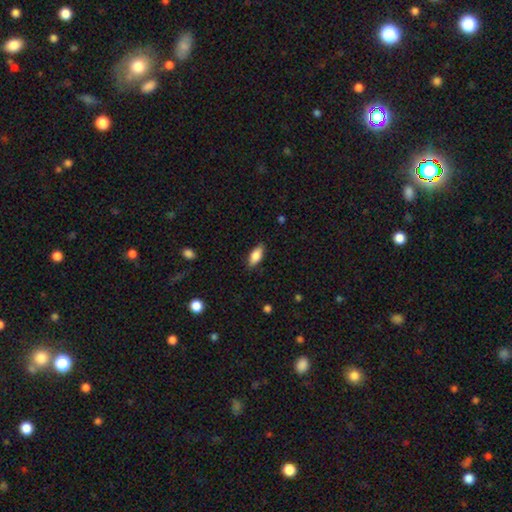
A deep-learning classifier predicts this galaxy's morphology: Smooth or featured: smooth — 81% (featured or disk — 12%)
How rounded: in between — 83% (cigar-shaped — 14%)
Merging: none — 85% (minor disturbance — 11%)